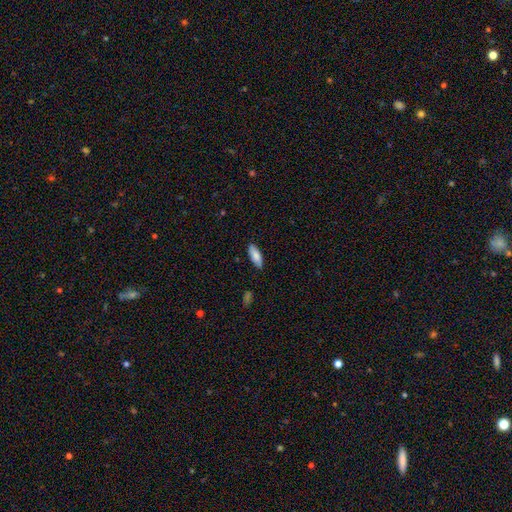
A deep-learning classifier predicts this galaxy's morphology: Smooth or featured? Predicted: smooth (p=0.83). How rounded? Predicted: in between (p=0.75). Merging? Predicted: none (p=0.85).